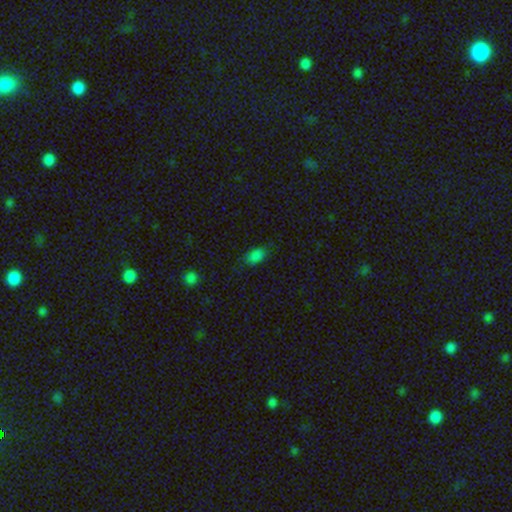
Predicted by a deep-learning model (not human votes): This is clearly a smooth galaxy (82%). How rounded: clearly in between (91%). Merging: likely none (79%).